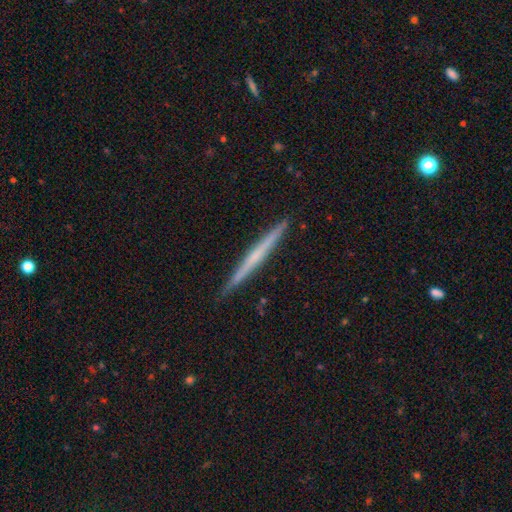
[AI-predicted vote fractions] smooth_or_featured: featured or disk (p=0.60) [alt: smooth p=0.35]
disk_edge_on: yes (p=0.98) [alt: no p=0.02]
edge_on_bulge: none (p=0.75) [alt: rounded p=0.19]
merging: none (p=0.92) [alt: minor disturbance p=0.06]